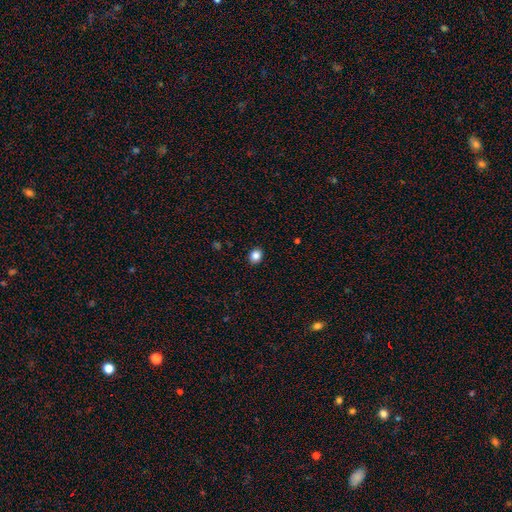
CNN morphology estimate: smooth 85%, star or artifact 10%, featured or disk 4%. Down the decision tree: how rounded — round (60%); merging — none (91%).